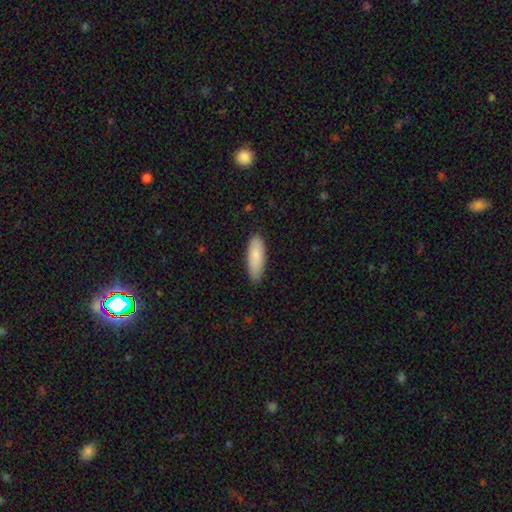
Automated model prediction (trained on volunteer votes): Morphology: type=smooth (85%); roundness=in between (66%); merging=none (82%).